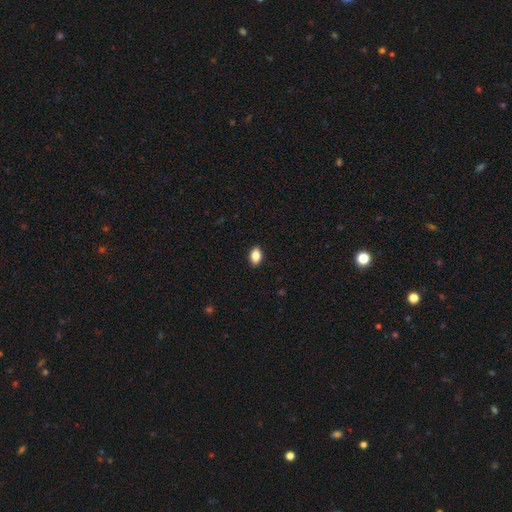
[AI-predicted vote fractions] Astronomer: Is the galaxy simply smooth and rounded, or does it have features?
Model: smooth — 86%.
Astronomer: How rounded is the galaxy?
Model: in between — 87%.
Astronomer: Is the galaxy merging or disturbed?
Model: none — 90%.